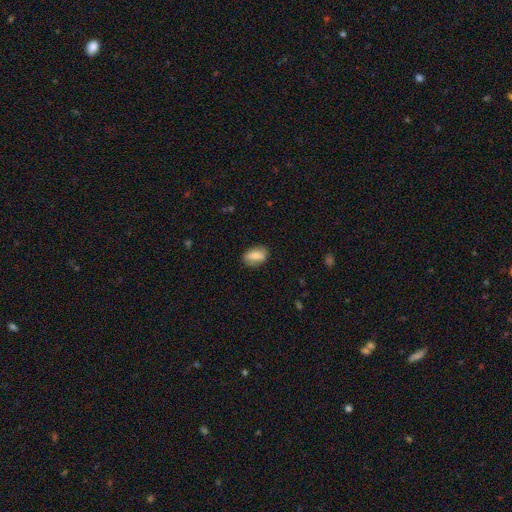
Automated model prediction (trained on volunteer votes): smooth-or-featured: smooth: 77% | featured or disk: 15% | star or artifact: 7%
  how-rounded: in between: 87% | round: 7% | cigar-shaped: 6%
  merging: none: 79% | minor disturbance: 16% | major disturbance: 4% | merger: 2%